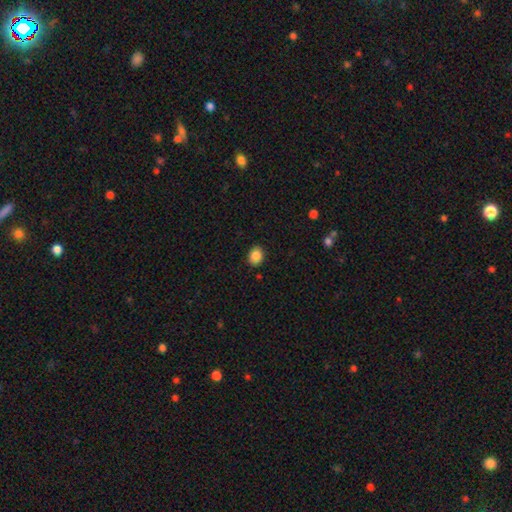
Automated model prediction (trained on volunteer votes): Smooth or featured? smooth (86%)
How rounded? round (50%)
Merging? none (89%)